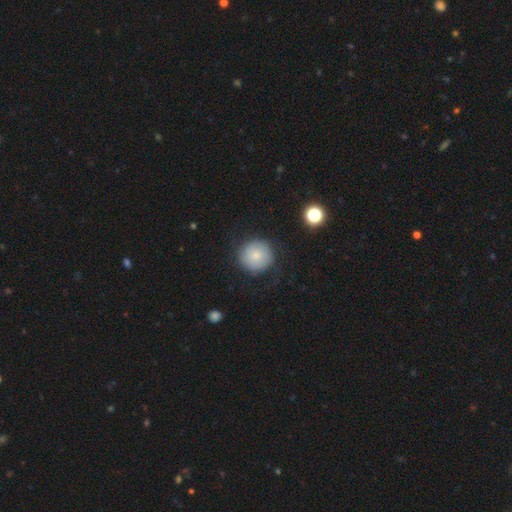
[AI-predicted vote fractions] smooth 76%, featured or disk 15%, star or artifact 8%. Down the decision tree: how rounded — round (94%); merging — none (80%).